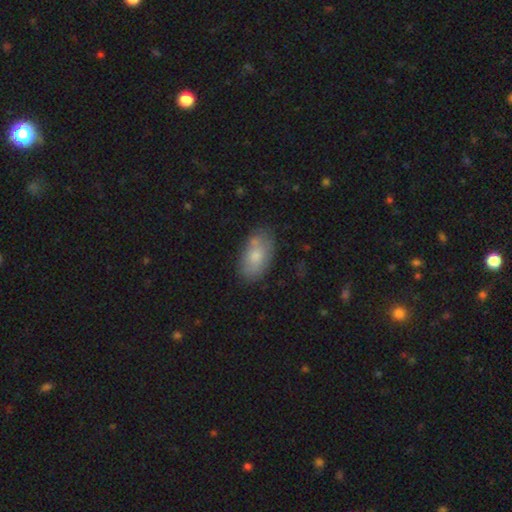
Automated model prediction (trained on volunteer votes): The model was most divided on "merging": none: 72%, minor disturbance: 18%, merger: 6%, major disturbance: 4%. More confident: how rounded — in between (93%); smooth or featured — smooth (76%).